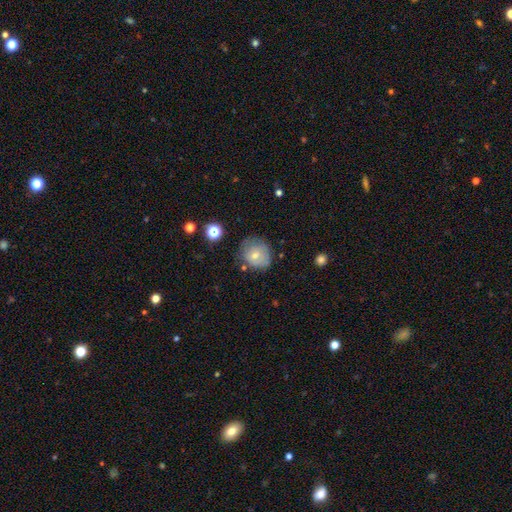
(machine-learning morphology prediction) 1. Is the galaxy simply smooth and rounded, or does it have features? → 62% smooth, 28% featured or disk, 10% star or artifact.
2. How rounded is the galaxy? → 75% round, 24% in between, 1% cigar-shaped.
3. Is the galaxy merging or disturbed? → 61% none, 26% minor disturbance, 9% major disturbance, 4% merger.